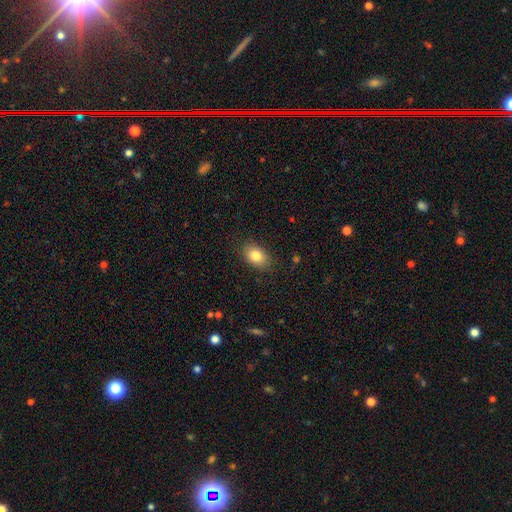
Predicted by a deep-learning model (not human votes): Overall: smooth (83%). How rounded: in between (84%). Merging: none (85%).